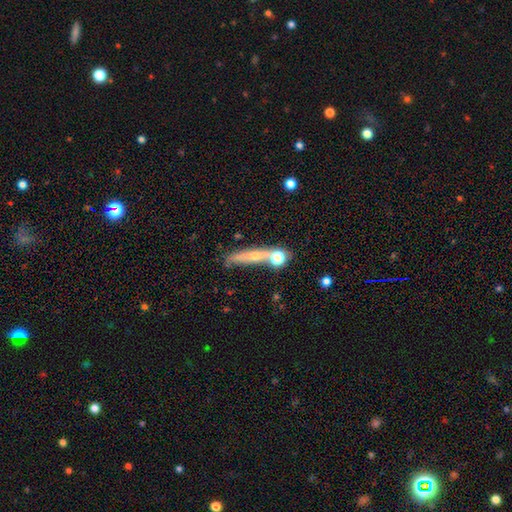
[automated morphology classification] Smooth or featured?
  - featured or disk: 48% *
  - smooth: 40%
  - star or artifact: 12%
Merging?
  - none: 58% *
  - merger: 19%
  - minor disturbance: 16%
  - major disturbance: 7%